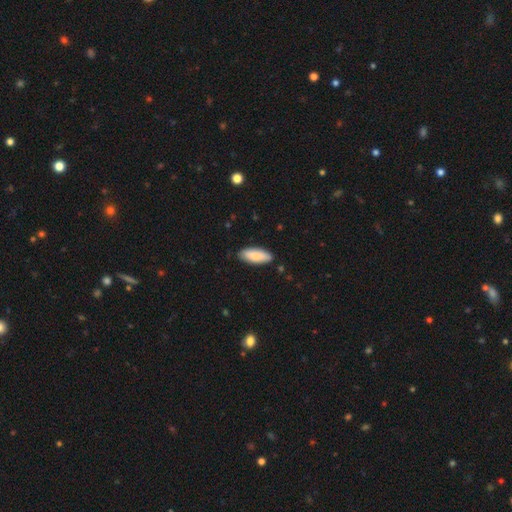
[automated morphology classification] smooth 87%, featured or disk 8%, star or artifact 5%. Down the decision tree: how rounded — in between (71%); merging — none (87%).